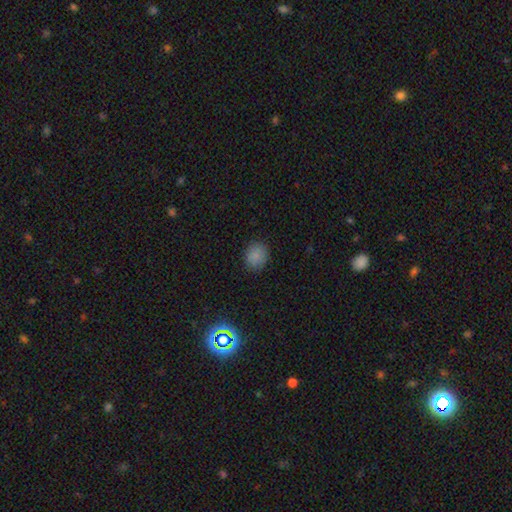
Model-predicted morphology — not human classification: type=smooth (85%); roundness=round (67%); merging=none (87%).